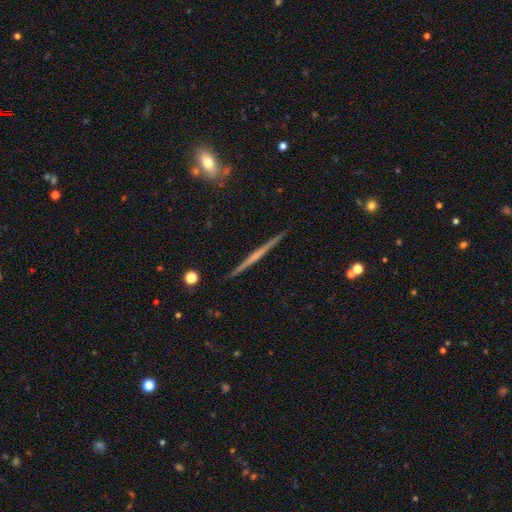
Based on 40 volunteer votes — Smooth or featured: featured or disk — 72% (smooth — 25%)
Edge-on disk: yes — 100%
Edge-on bulge: none — 97% (rounded — 3%)
Merging: none — 95% (minor disturbance — 3%)